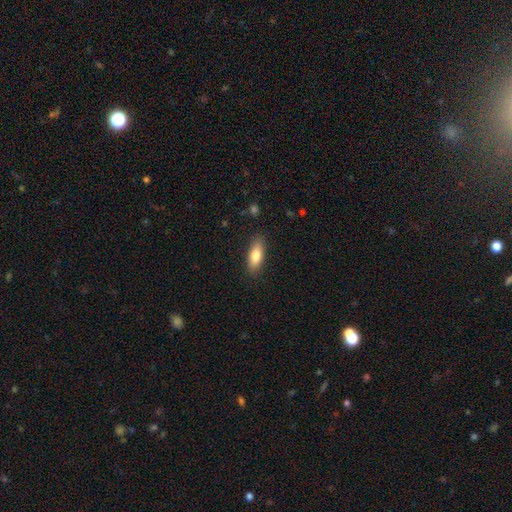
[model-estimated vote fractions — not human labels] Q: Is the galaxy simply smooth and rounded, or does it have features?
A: smooth — 78%.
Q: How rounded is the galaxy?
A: in between — 66%.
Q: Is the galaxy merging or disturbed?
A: none — 86%.